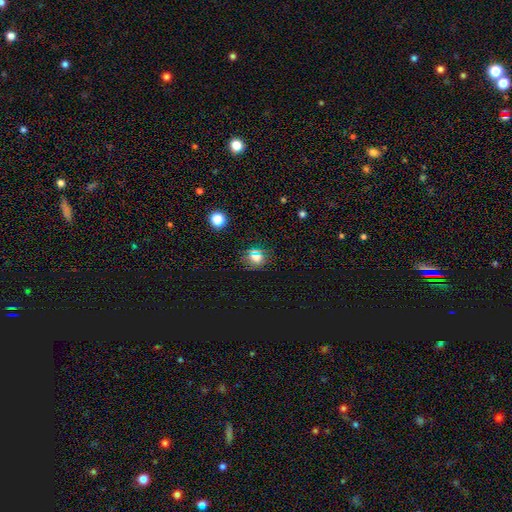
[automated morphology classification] Smooth or featured?
  - smooth: 52% *
  - star or artifact: 39%
  - featured or disk: 9%
How rounded?
  - round: 81% *
  - in between: 18%
  - cigar-shaped: 2%
Merging?
  - none: 85% *
  - minor disturbance: 9%
  - major disturbance: 4%
  - merger: 2%